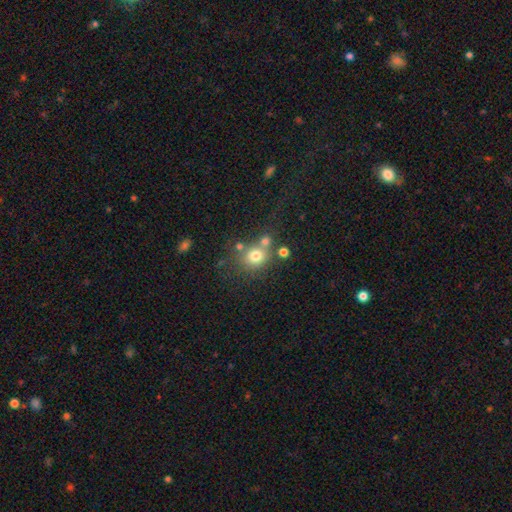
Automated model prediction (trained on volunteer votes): A smooth galaxy with no disk features (73%) that is round (83%). Merging: none (58%).